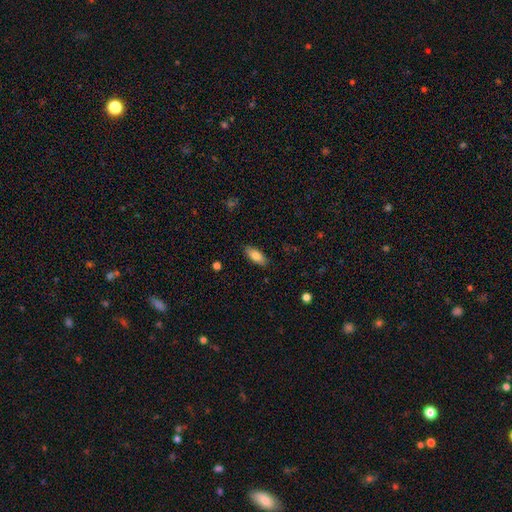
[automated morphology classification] This appears to be a smooth galaxy with no disk features (82%) that is in between round and cigar-shaped (80%). Merging: none (87%).